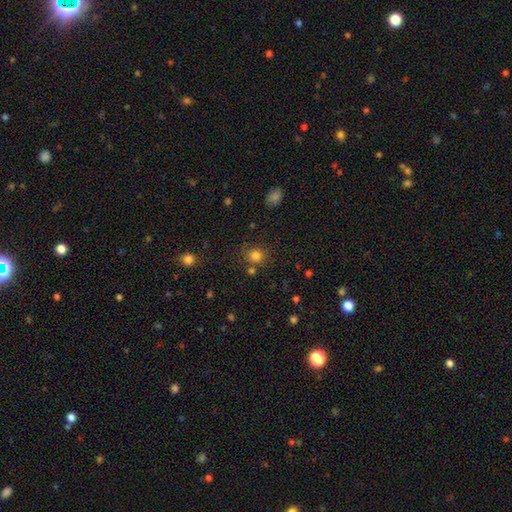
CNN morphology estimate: Overall: smooth (80%). How rounded: round (83%). Merging: none (76%).